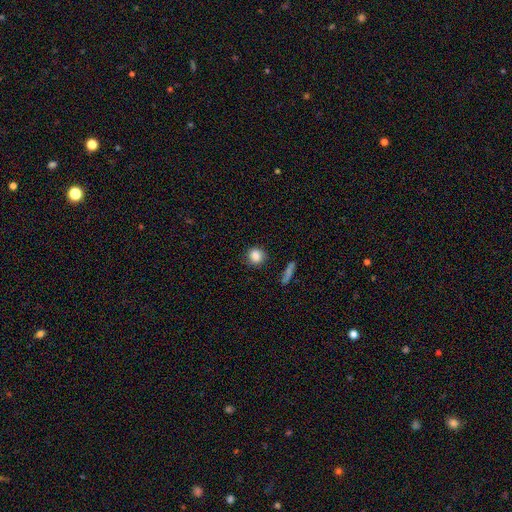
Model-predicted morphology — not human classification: smooth 85%, star or artifact 9%, featured or disk 5%. Down the decision tree: how rounded — round (81%); merging — none (80%).